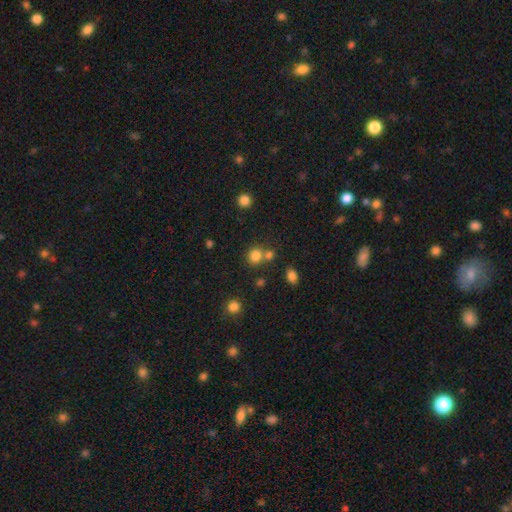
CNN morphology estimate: A smooth galaxy with no disk features (80%) that is round (84%).

Vote fractions:
- Smooth or featured? smooth: 80% / star or artifact: 14% / featured or disk: 6%
- How rounded? round: 84% / in between: 16% / cigar-shaped: 1%
- Merging? none: 62% / merger: 27% / minor disturbance: 8% / major disturbance: 3%